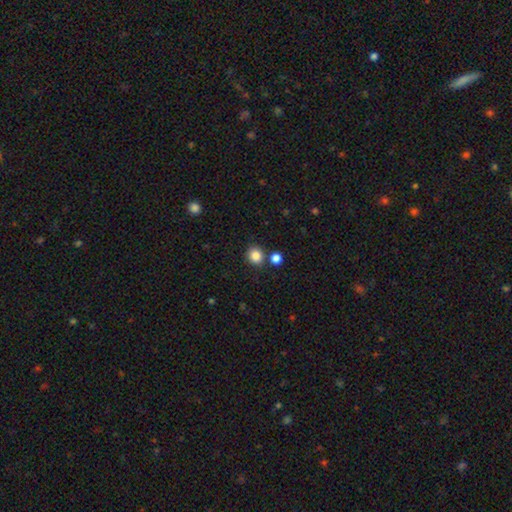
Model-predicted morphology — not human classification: Smooth or featured? smooth (85%)
How rounded? round (82%)
Merging? none (78%)